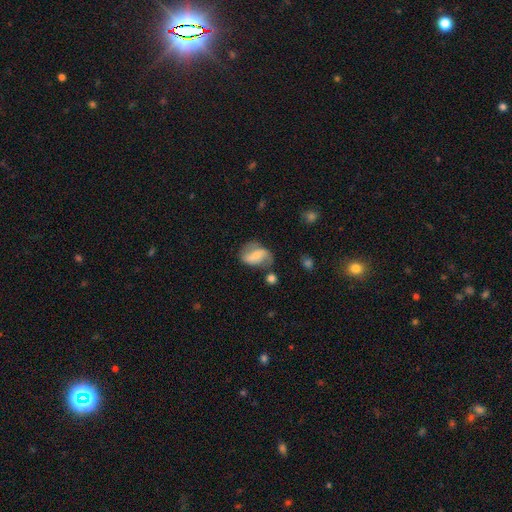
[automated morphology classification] The model was most divided on "bar": strong: 39%, weak: 38%, no: 23%. Remaining: edge-on disk — no (96%); spiral arms — yes (82%); merging — none (58%); smooth or featured — featured or disk (58%); bulge size — small (44%).